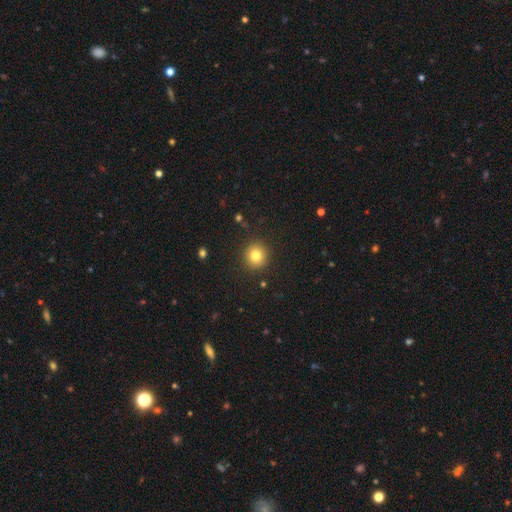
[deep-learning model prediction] smooth 80%, star or artifact 12%, featured or disk 8%. Down the decision tree: how rounded — round (91%); merging — none (91%).